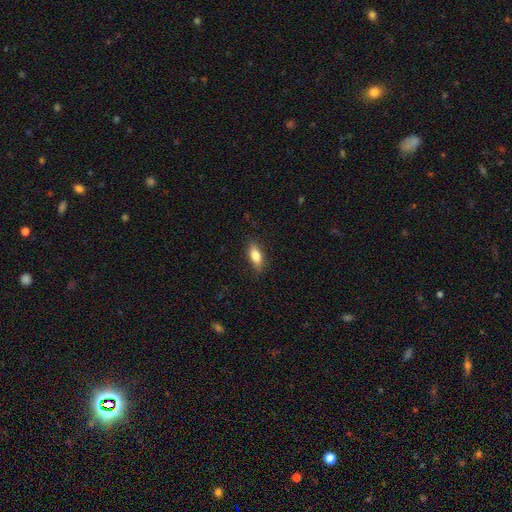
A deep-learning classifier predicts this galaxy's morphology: Smooth or featured?
  - smooth: 76% *
  - featured or disk: 16%
  - star or artifact: 7%
How rounded?
  - in between: 76% *
  - cigar-shaped: 20%
  - round: 4%
Merging?
  - none: 82% *
  - minor disturbance: 14%
  - major disturbance: 3%
  - merger: 1%